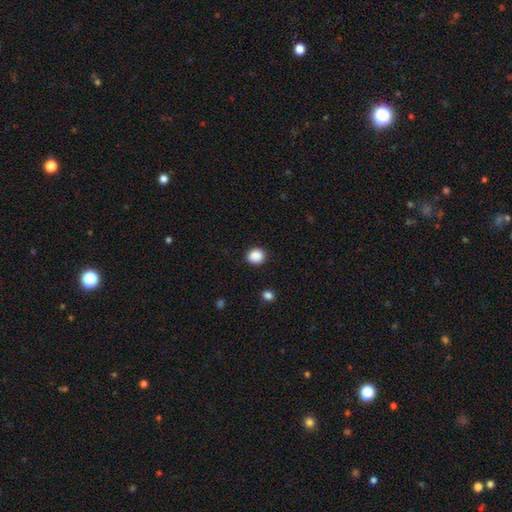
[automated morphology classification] This appears to be a smooth galaxy with no disk features (89%) that is round (78%). Merging: none (89%).